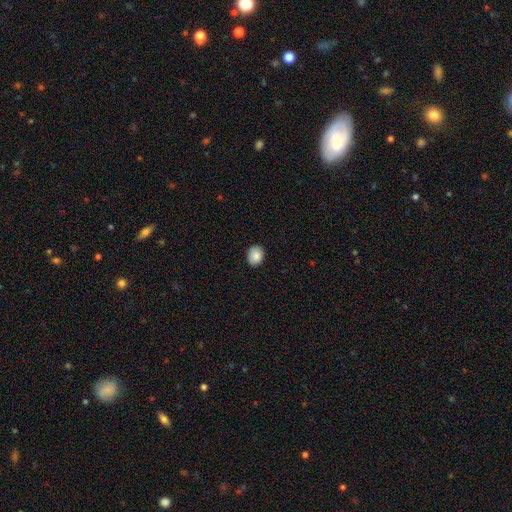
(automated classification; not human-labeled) Smooth or featured? smooth (87%)
How rounded? in between (54%)
Merging? none (86%)